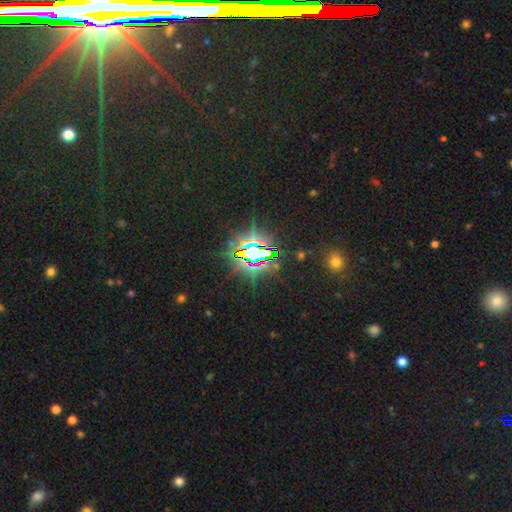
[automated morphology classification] Smooth or featured? star or artifact (81%)